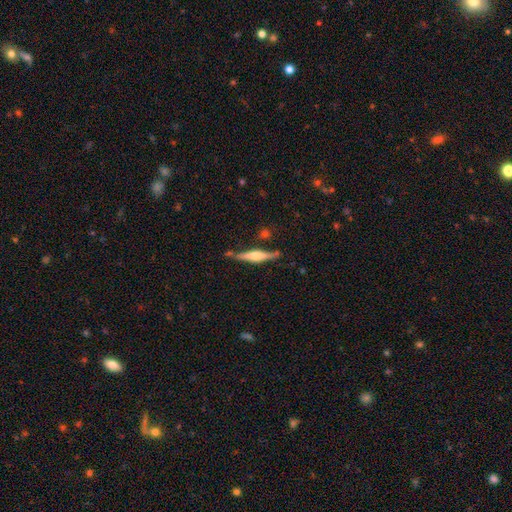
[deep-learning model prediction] Smooth or featured: featured or disk — 67% (smooth — 27%)
Edge-on disk: yes — 97% (no — 3%)
Edge-on bulge: rounded — 80% (boxy — 15%)
Merging: none — 78% (minor disturbance — 14%)